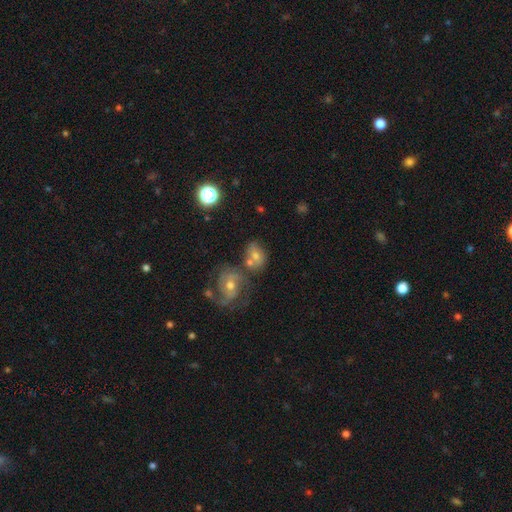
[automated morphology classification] A smooth galaxy with no disk features (53%) that is in between round and cigar-shaped (65%). Merging: none (40%).